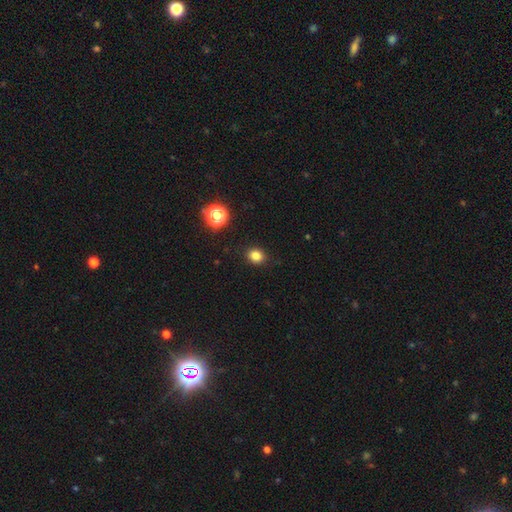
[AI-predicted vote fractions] This appears to be a smooth galaxy with no disk features (82%) that is round (65%). Merging: none (89%).